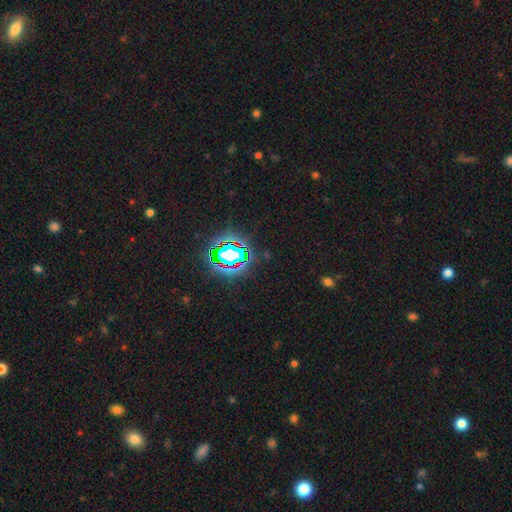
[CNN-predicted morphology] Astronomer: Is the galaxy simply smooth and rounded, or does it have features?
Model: star or artifact — 81%.